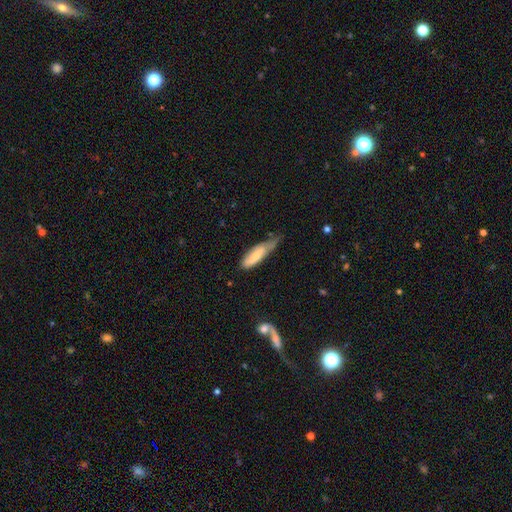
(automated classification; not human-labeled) smooth_or_featured: smooth (p=0.71) [alt: featured or disk p=0.23]
how_rounded: in between (p=0.49) [tied with: cigar-shaped p=0.49]
merging: minor disturbance (p=0.46) [alt: none p=0.28]